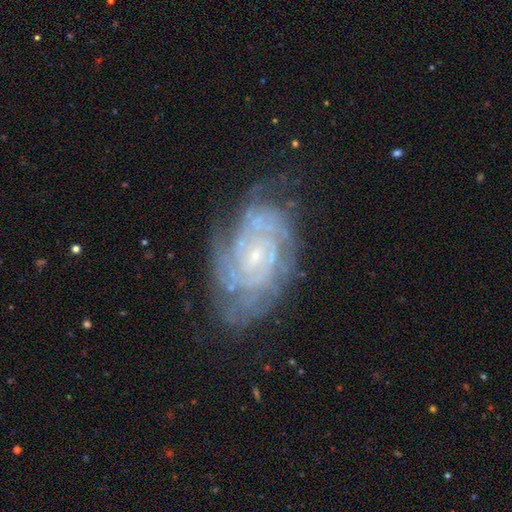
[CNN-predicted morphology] Smooth or featured? Predicted: featured or disk (p=0.87). Edge-on disk? Predicted: no (p=0.97). Bar? Predicted: no (p=0.54). Spiral arms? Predicted: yes (p=0.97). Spiral winding? Predicted: tight (p=0.77). Spiral arm count? Predicted: can't tell (p=0.34). Bulge size? Predicted: small (p=0.78). Merging? Predicted: none (p=0.68).